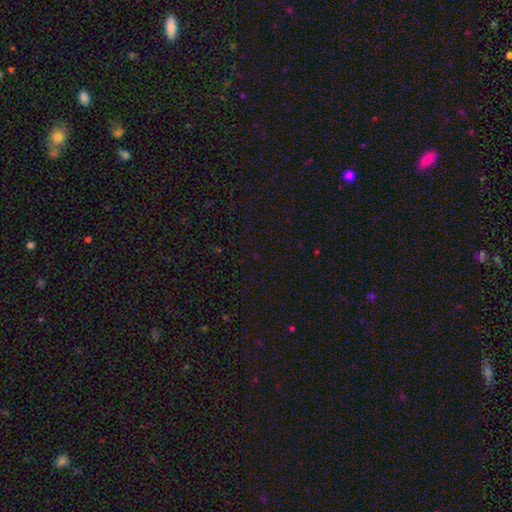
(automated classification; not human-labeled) Smooth or featured?
  - star or artifact: 69% *
  - smooth: 24%
  - featured or disk: 7%